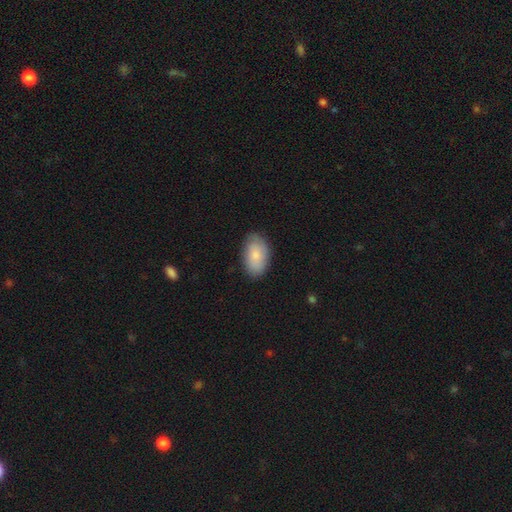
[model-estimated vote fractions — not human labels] Overall: smooth (81%). How rounded: in between (93%). Merging: none (83%).